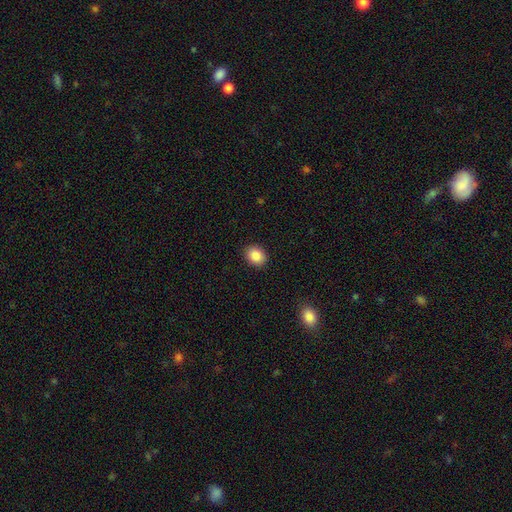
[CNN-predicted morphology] smooth-or-featured: smooth: 88% | star or artifact: 8% | featured or disk: 4%
  how-rounded: in between: 52% | round: 47% | cigar-shaped: 1%
  merging: none: 90% | minor disturbance: 7% | major disturbance: 2% | merger: 1%